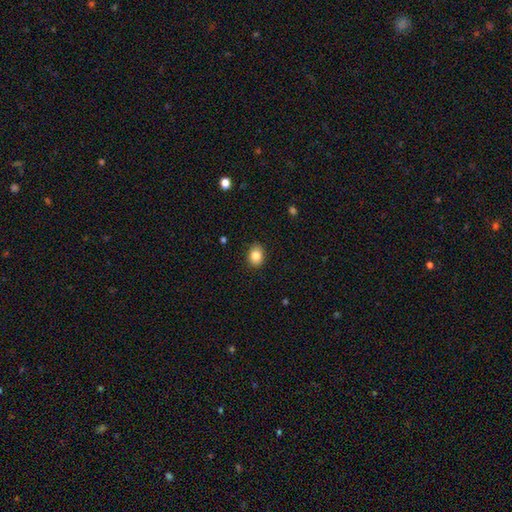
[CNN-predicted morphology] smooth-or-featured: smooth: 85% | star or artifact: 9% | featured or disk: 6%
  how-rounded: in between: 55% | round: 44% | cigar-shaped: 1%
  merging: none: 88% | minor disturbance: 9% | major disturbance: 2% | merger: 1%